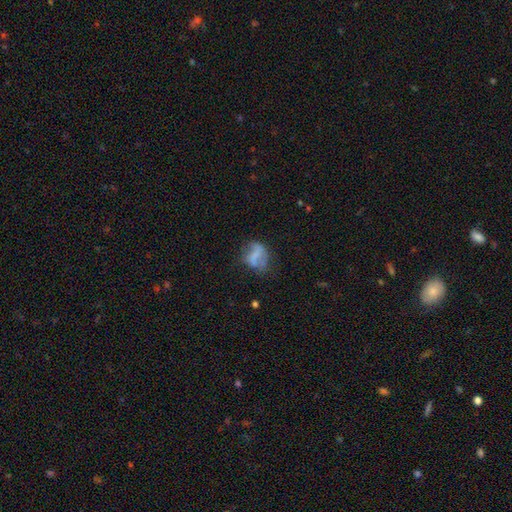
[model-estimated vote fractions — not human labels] smooth-or-featured: smooth: 48% | featured or disk: 40% | star or artifact: 11%
  merging: none: 46% | minor disturbance: 27% | major disturbance: 22% | merger: 6%